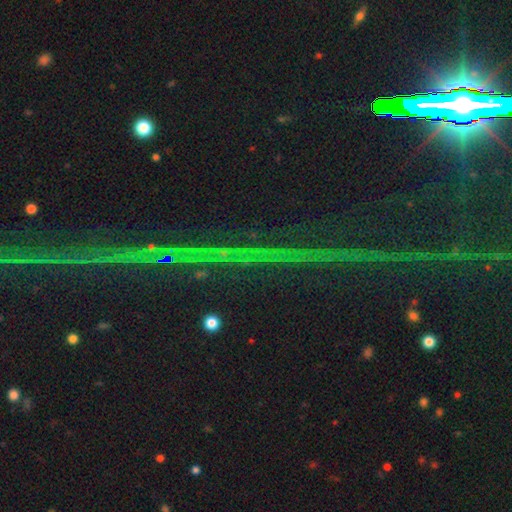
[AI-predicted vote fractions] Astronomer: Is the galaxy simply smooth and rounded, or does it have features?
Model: star or artifact — 85%.